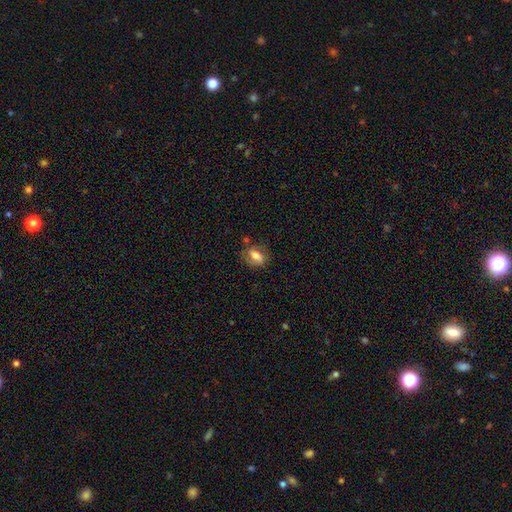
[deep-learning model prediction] A smooth galaxy with no disk features (58%) that is in between round and cigar-shaped (76%). Merging: none (64%).